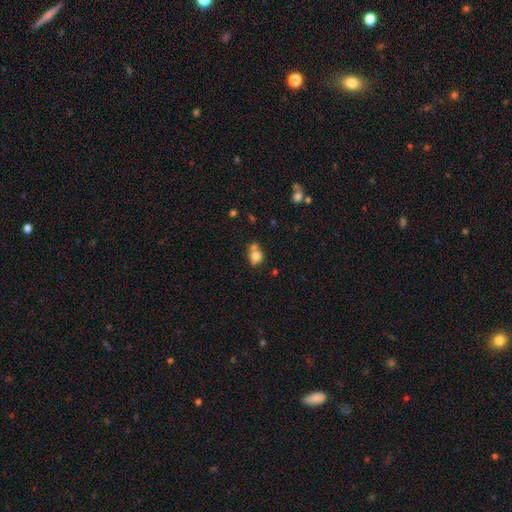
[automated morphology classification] This appears to be a smooth galaxy with no disk features (75%) that is round (65%). Merging: none (43%).